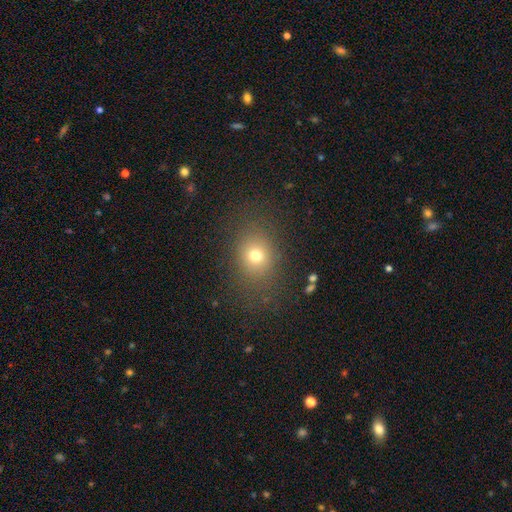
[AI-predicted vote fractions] This appears to be a smooth galaxy with no disk features (71%) that is round (54%). Merging: none (80%).